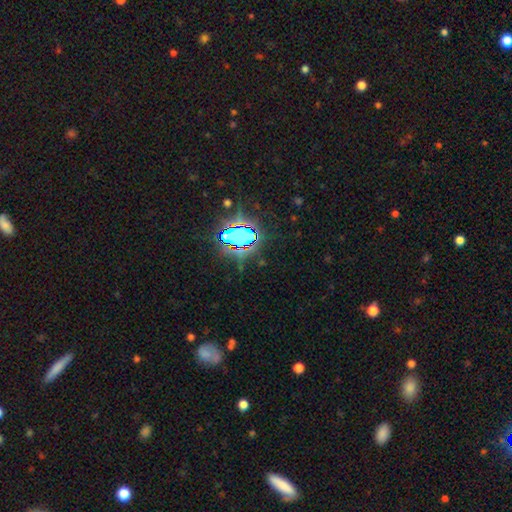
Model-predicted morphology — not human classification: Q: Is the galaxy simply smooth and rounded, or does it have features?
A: star or artifact — 78%.